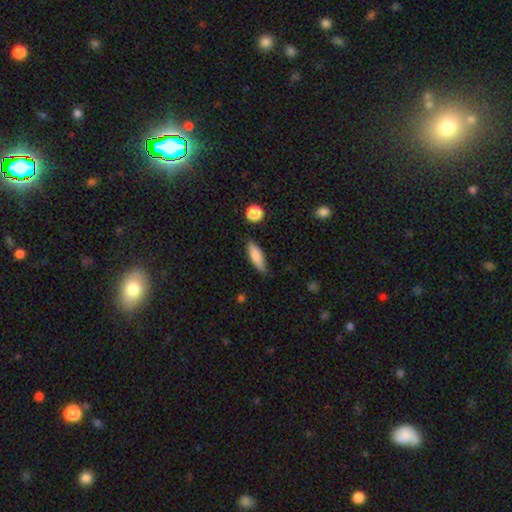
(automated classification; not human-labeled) Smooth or featured? Predicted: smooth (p=0.81). How rounded? Predicted: cigar-shaped (p=0.54). Merging? Predicted: none (p=0.81).